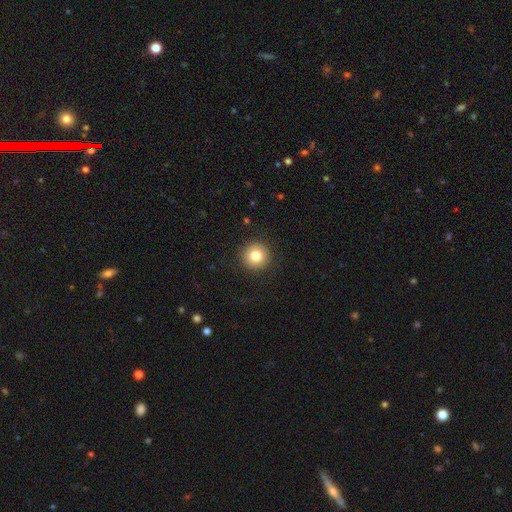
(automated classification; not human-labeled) Smooth or featured? smooth (83%)
How rounded? round (95%)
Merging? none (92%)